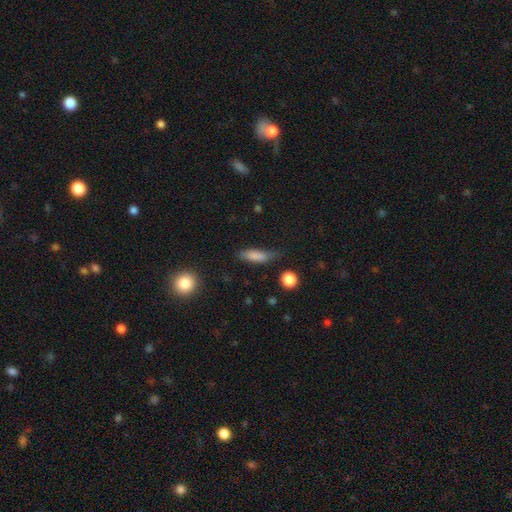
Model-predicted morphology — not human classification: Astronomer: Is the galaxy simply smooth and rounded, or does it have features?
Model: smooth — 79%.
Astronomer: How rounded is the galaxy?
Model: cigar-shaped — 50% (runner-up: in between, 46%).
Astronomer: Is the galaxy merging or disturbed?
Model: none — 61%.